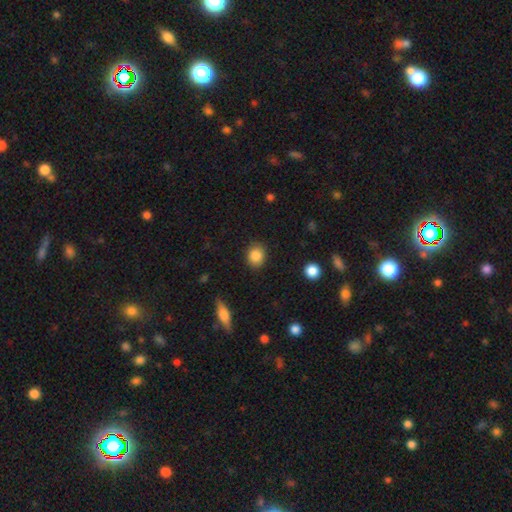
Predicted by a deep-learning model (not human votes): Overall: smooth (86%). How rounded: round (63%; in between 36%). Merging: none (87%).